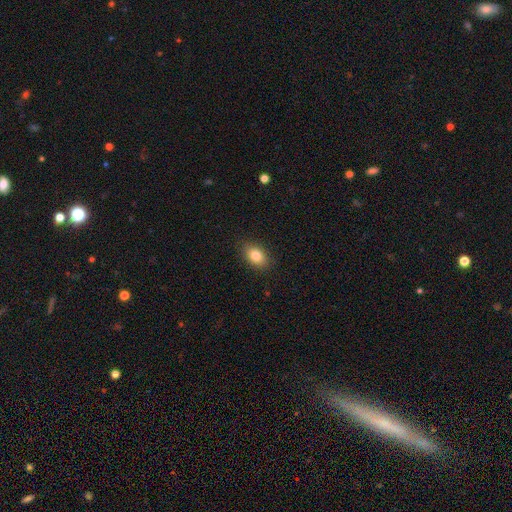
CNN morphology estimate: smooth-or-featured: smooth: 83% | star or artifact: 9% | featured or disk: 8%
  how-rounded: in between: 81% | round: 17% | cigar-shaped: 1%
  merging: none: 88% | minor disturbance: 9% | major disturbance: 2% | merger: 1%